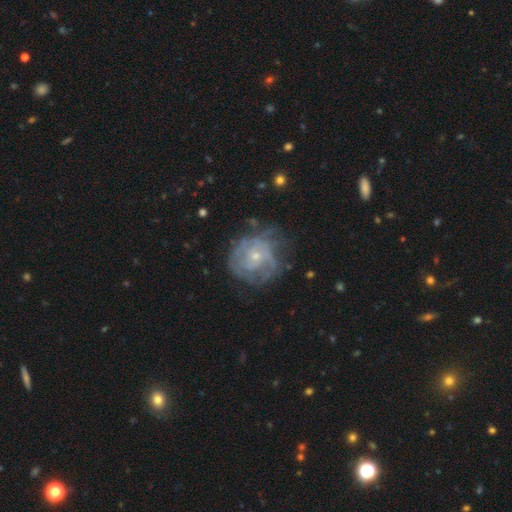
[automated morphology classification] The model was most divided on "merging": none: 56%, minor disturbance: 25%, major disturbance: 17%, merger: 2%. More confident: edge-on disk — no (97%); bar — no (80%); smooth or featured — featured or disk (71%); bulge size — small (70%); spiral arms — yes (70%).